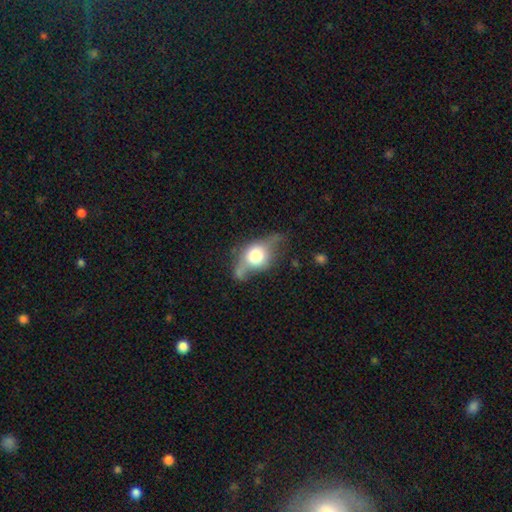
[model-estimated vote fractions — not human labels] Morphology: type=featured or disk (50%); edge-on=yes (64%); merging=none (44%).